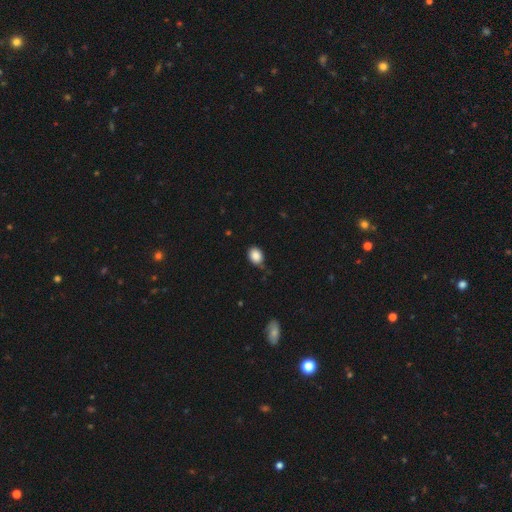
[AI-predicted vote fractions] Morphology: type=smooth (87%); roundness=in between (64%); merging=none (68%).